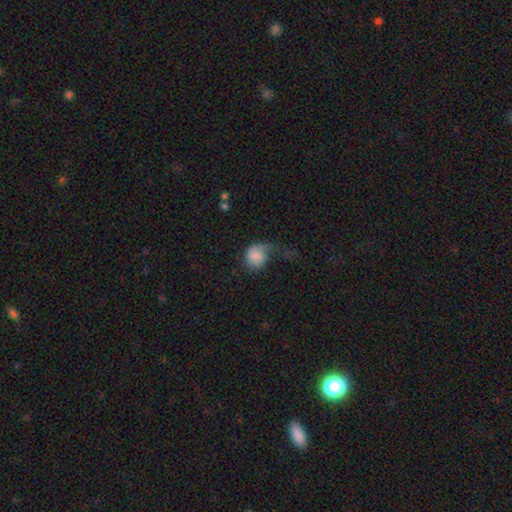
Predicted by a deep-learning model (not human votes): A smooth galaxy with no disk features (67%) that is round (66%). Merging: major disturbance (53%).